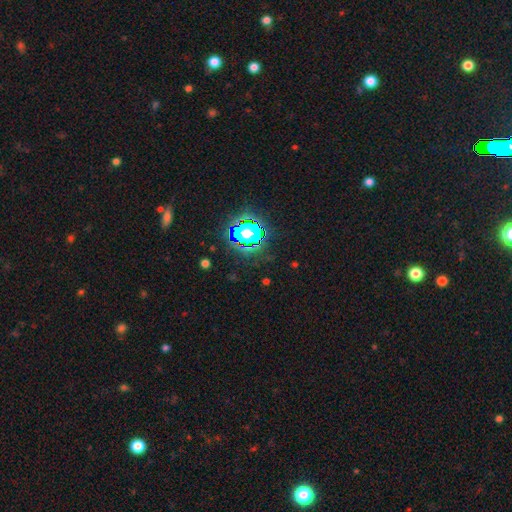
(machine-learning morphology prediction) Smooth or featured?
  - star or artifact: 82% *
  - smooth: 11%
  - featured or disk: 7%